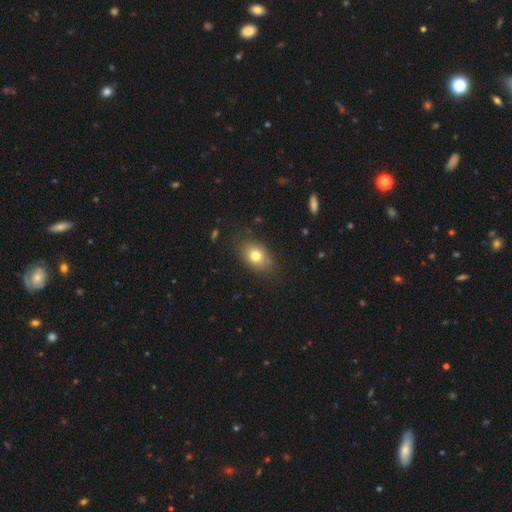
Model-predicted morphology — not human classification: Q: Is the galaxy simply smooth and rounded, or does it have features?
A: smooth — 77%.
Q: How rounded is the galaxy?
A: in between — 66%.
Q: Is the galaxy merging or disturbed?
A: none — 77%.